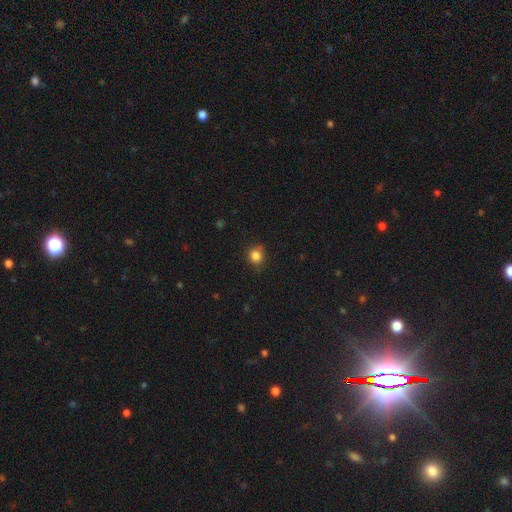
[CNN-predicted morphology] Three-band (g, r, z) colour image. It shows a smooth galaxy with no disk features (83%) that is round (85%). Merging: none (80%).